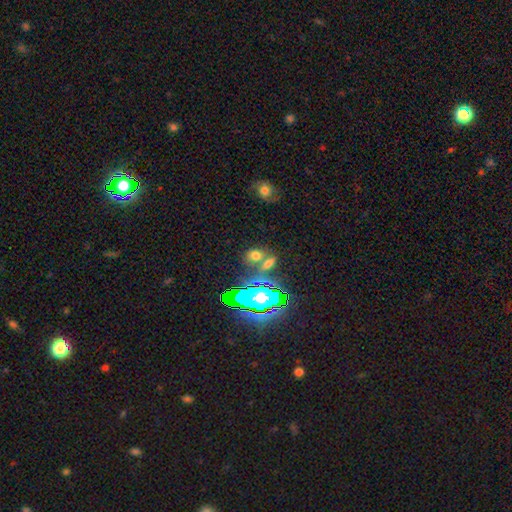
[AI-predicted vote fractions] Overall: smooth (58%; star or artifact 29%). How rounded: in between (62%; round 33%). Merging: none (57%; merger 27%).